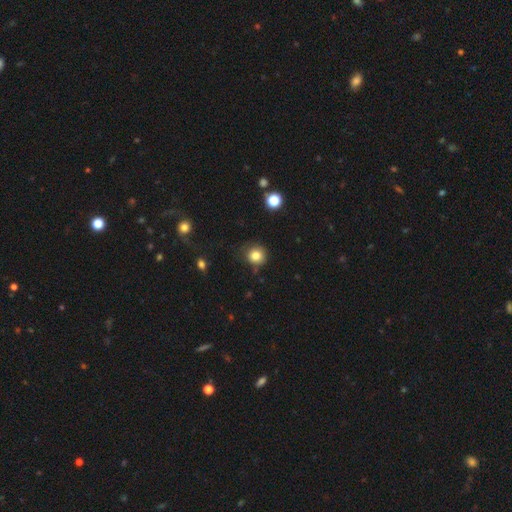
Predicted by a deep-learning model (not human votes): A smooth galaxy with no disk features (82%) that is round (89%).

Vote fractions:
- Smooth or featured? smooth: 82% / star or artifact: 12% / featured or disk: 6%
- How rounded? round: 89% / in between: 10% / cigar-shaped: 1%
- Merging? none: 79% / minor disturbance: 15% / major disturbance: 4% / merger: 3%